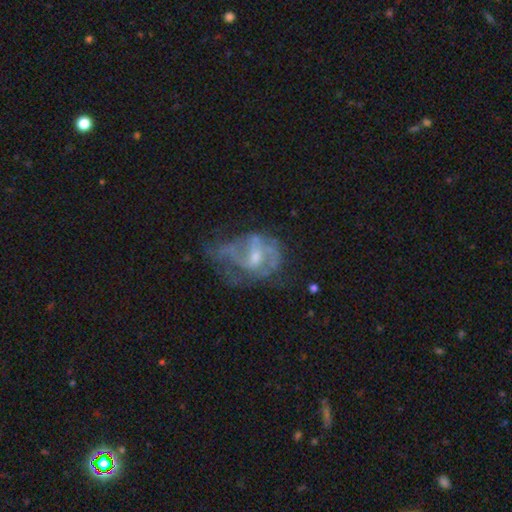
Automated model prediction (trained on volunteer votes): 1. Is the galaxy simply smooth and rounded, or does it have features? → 72% featured or disk, 19% smooth, 9% star or artifact.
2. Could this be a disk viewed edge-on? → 98% no, 2% yes.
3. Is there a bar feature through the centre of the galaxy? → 50% no, 42% weak, 8% strong.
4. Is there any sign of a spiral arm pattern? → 60% yes, 40% no.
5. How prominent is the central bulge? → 45% small, 42% moderate, 9% none, 3% large, 1% dominant.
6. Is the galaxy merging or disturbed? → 42% major disturbance, 29% none, 23% minor disturbance, 6% merger.